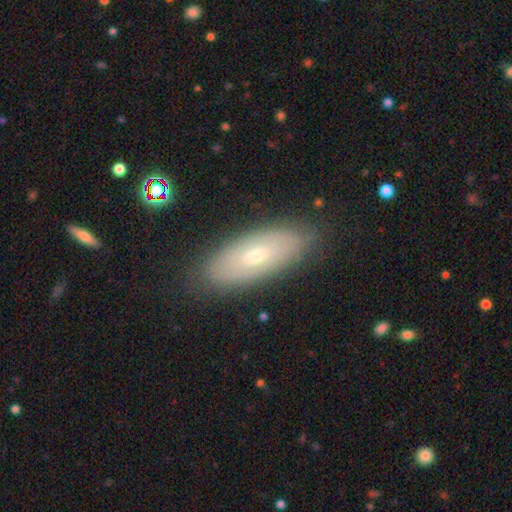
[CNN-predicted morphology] type=featured or disk (49%); merging=none (85%).